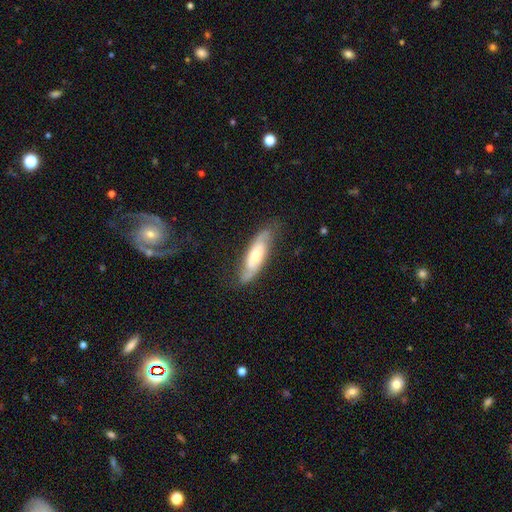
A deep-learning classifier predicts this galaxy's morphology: Smooth or featured?
  - featured or disk: 64% *
  - smooth: 29%
  - star or artifact: 6%
Edge-on disk?
  - no: 74% *
  - yes: 26%
Merging?
  - none: 75% *
  - minor disturbance: 17%
  - major disturbance: 6%
  - merger: 2%